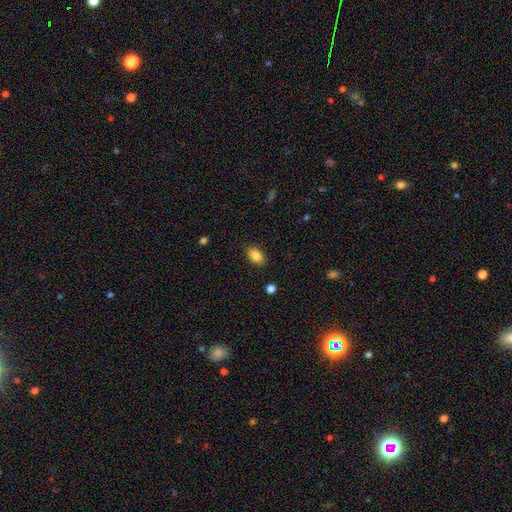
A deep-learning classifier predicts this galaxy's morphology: The model was most divided on "how rounded": in between: 88%, round: 11%, cigar-shaped: 2%. More confident: merging — none (88%); smooth or featured — smooth (86%).